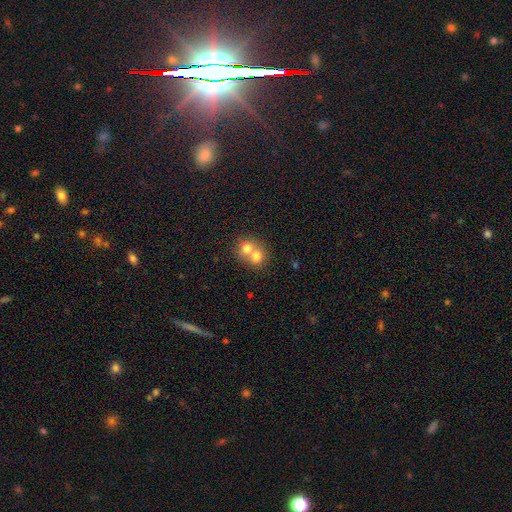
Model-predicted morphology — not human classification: Overall: smooth (73%). How rounded: round (73%). Merging: merger (70%).